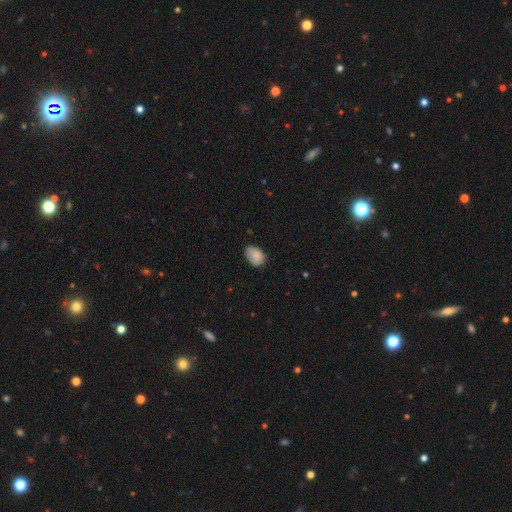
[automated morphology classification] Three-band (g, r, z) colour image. It shows a smooth galaxy with no disk features (85%) that is in between round and cigar-shaped (78%). Merging: none (71%).